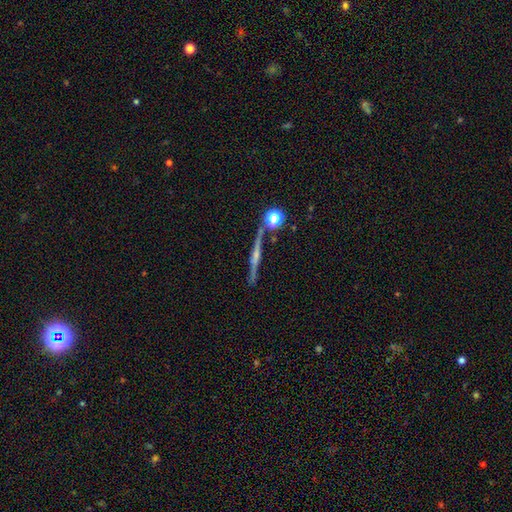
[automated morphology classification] This is likely a featured or disk galaxy (72%). It is clearly viewed edge-on (96%). Edge-on bulge: likely rounded (65%). Merging: clearly none (81%).